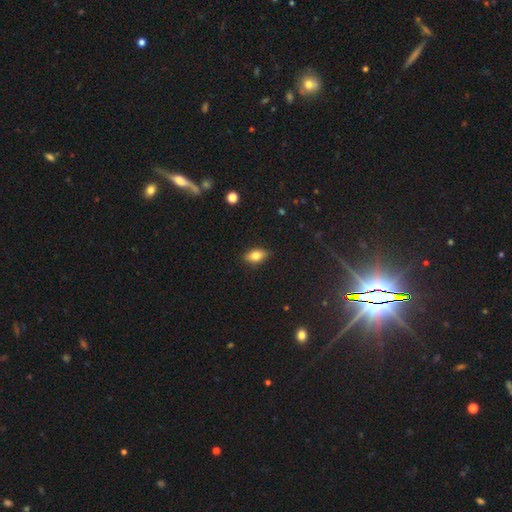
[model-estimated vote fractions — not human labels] Smooth or featured? smooth (76%)
How rounded? in between (86%)
Merging? none (86%)